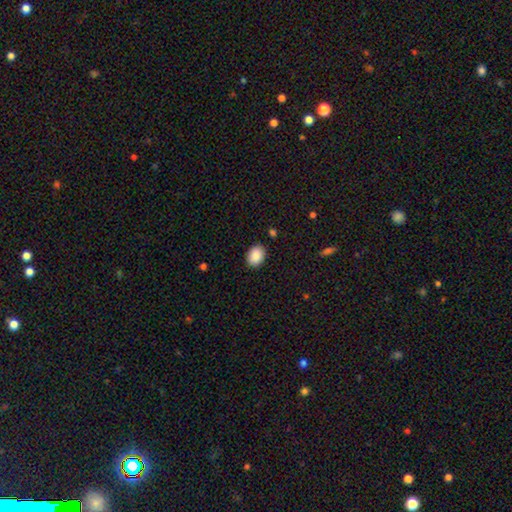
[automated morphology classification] This appears to be a smooth galaxy with no disk features (89%) that is in between round and cigar-shaped (70%). Merging: none (89%).